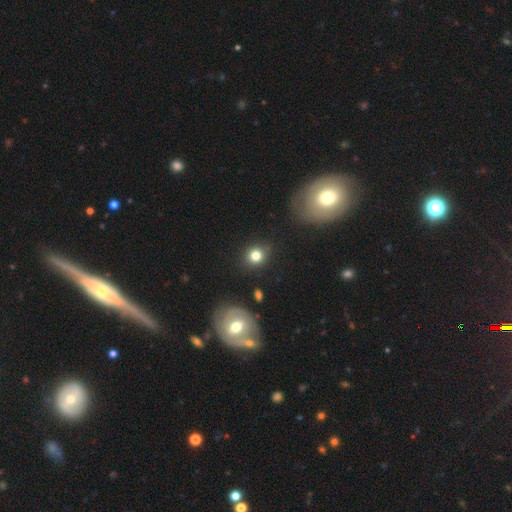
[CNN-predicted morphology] type=smooth (79%); roundness=round (77%); merging=none (84%).